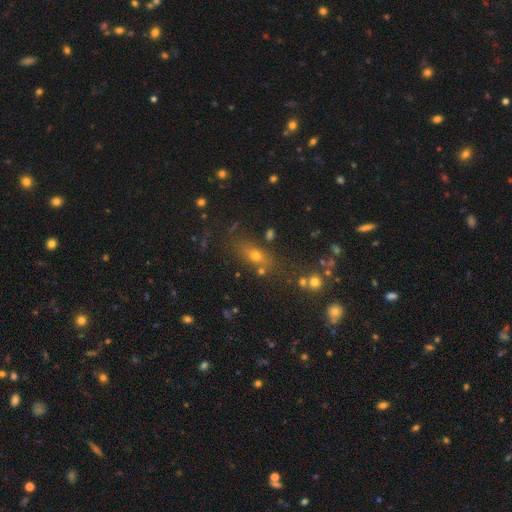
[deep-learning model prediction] Smooth or featured: smooth — 59% (star or artifact — 23%)
How rounded: in between — 57% (cigar-shaped — 23%)
Merging: none — 69% (minor disturbance — 14%)